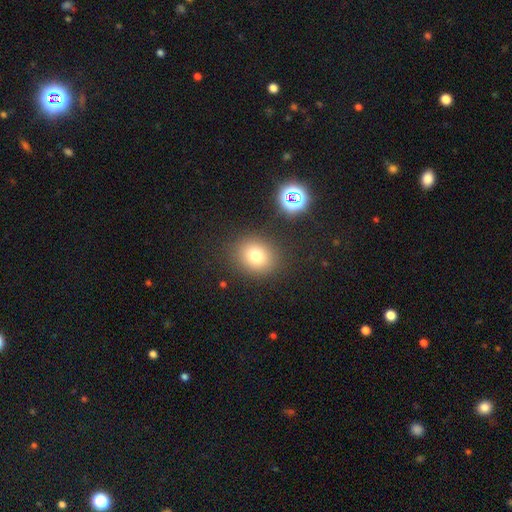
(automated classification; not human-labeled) Smooth or featured? Predicted: smooth (p=0.76). How rounded? Predicted: round (p=0.64). Merging? Predicted: none (p=0.85).